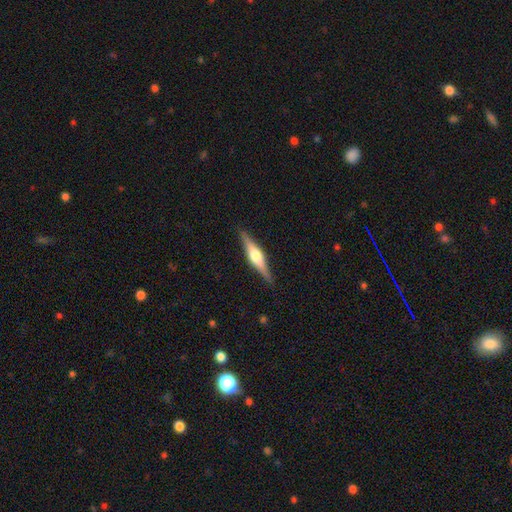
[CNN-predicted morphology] The model was most divided on "smooth or featured": featured or disk: 73%, smooth: 22%, star or artifact: 5%. More confident: edge-on disk — yes (98%); edge-on bulge — rounded (89%); merging — none (89%).